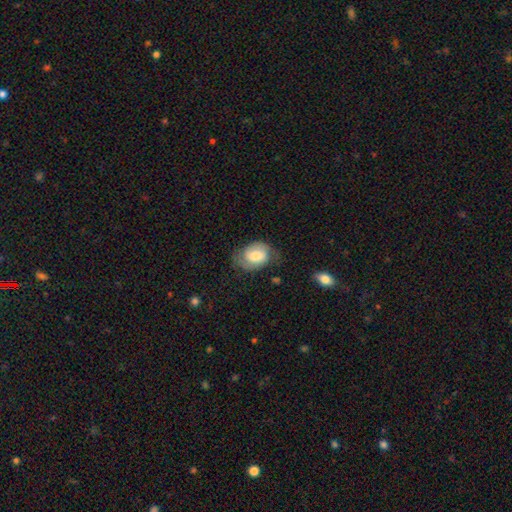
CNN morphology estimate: Smooth or featured? smooth (54%)
How rounded? in between (69%)
Merging? none (63%)